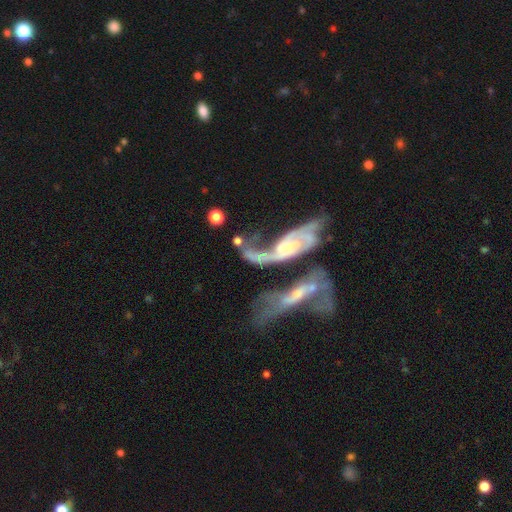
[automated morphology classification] Overall: featured or disk (68%). Edge-on disk: no (86%). Bar: no (60%; weak 29%). Spiral arms: yes (80%). Bulge size: small (42%; moderate 30%). Merging: merger (51%; none 20%).